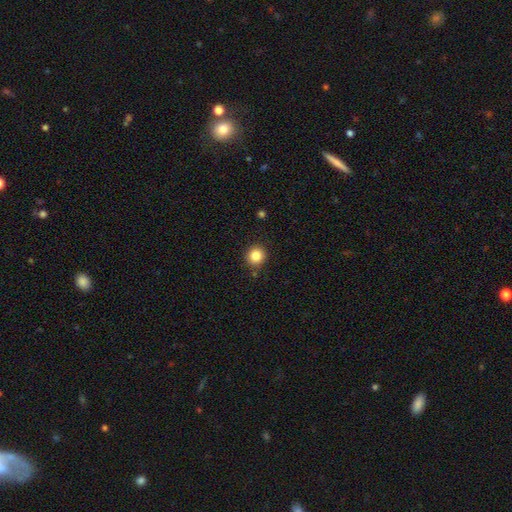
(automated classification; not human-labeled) Smooth or featured?
  - smooth: 84% *
  - star or artifact: 11%
  - featured or disk: 5%
How rounded?
  - round: 92% *
  - in between: 7%
  - cigar-shaped: 1%
Merging?
  - none: 89% *
  - minor disturbance: 7%
  - merger: 2%
  - major disturbance: 2%